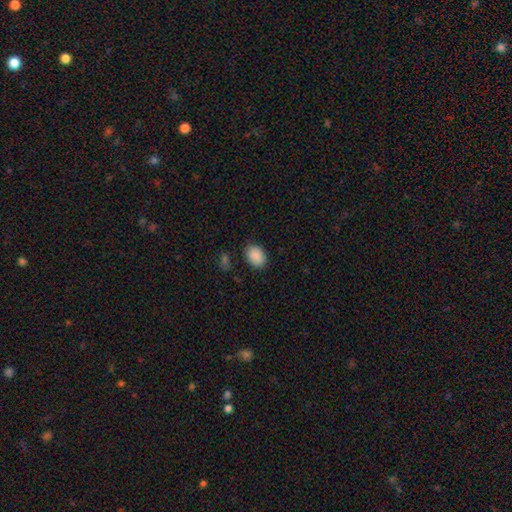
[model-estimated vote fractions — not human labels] Smooth or featured? smooth (89%)
How rounded? in between (71%)
Merging? none (83%)